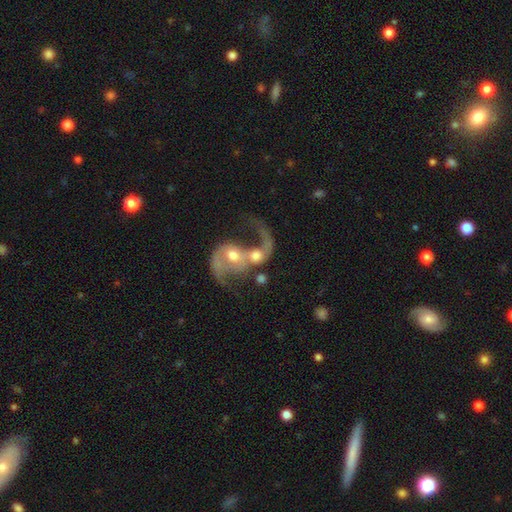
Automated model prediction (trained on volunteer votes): The model was most divided on "smooth or featured": featured or disk: 65%, smooth: 27%, star or artifact: 8%. More confident: edge-on disk — no (97%); spiral arms — yes (74%); merging — merger (71%); bar — no (69%); bulge size — moderate (61%).